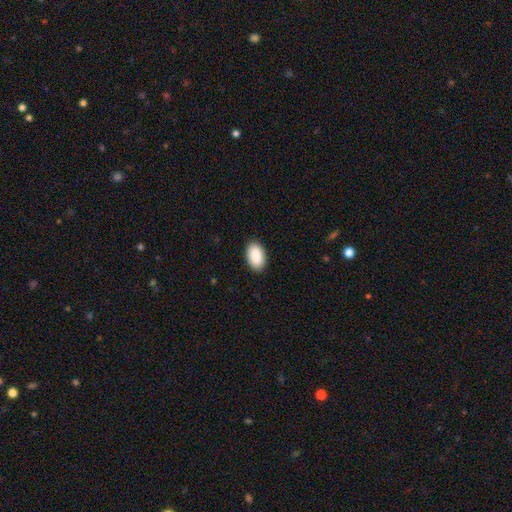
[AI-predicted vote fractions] The model was most divided on "merging": none: 89%, minor disturbance: 8%, major disturbance: 2%, merger: 1%. More confident: how rounded — in between (95%); smooth or featured — smooth (91%).